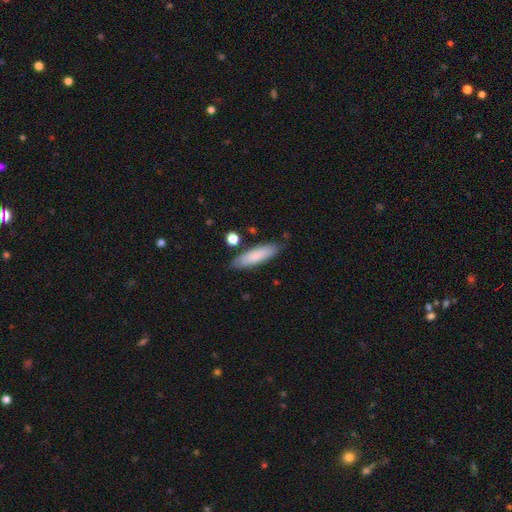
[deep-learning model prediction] Smooth or featured? Predicted: smooth (p=0.80). How rounded? Predicted: cigar-shaped (p=0.64). Merging? Predicted: none (p=0.82).